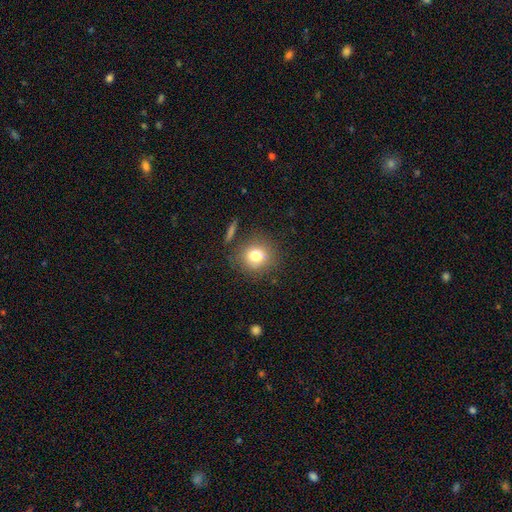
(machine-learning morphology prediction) This appears to be a smooth galaxy with no disk features (78%) that is round (81%). Merging: none (81%).